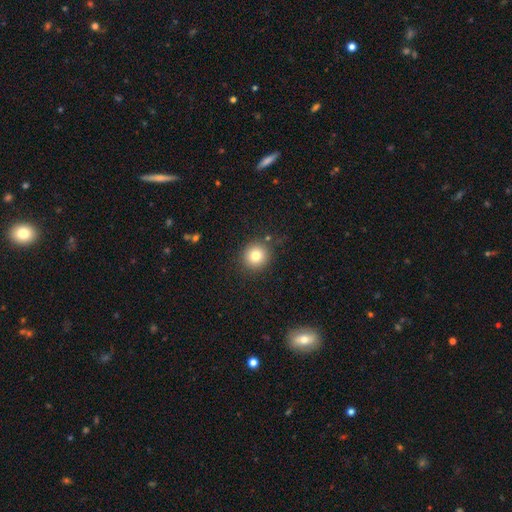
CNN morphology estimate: This appears to be a smooth galaxy with no disk features (79%) that is round (92%). Merging: none (87%).